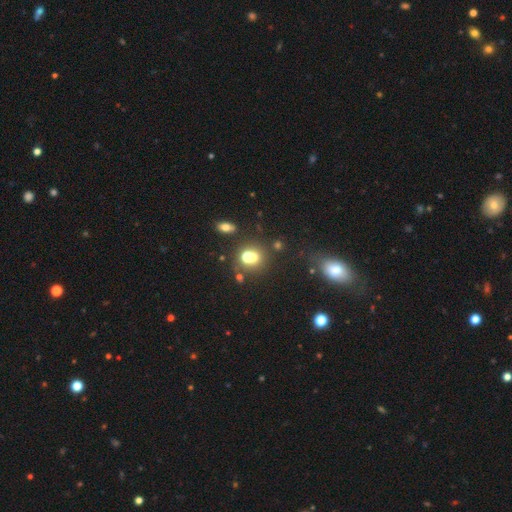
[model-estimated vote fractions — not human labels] This is possibly a smooth galaxy (59%). How rounded: likely round (67%). Merging: likely none (61%).